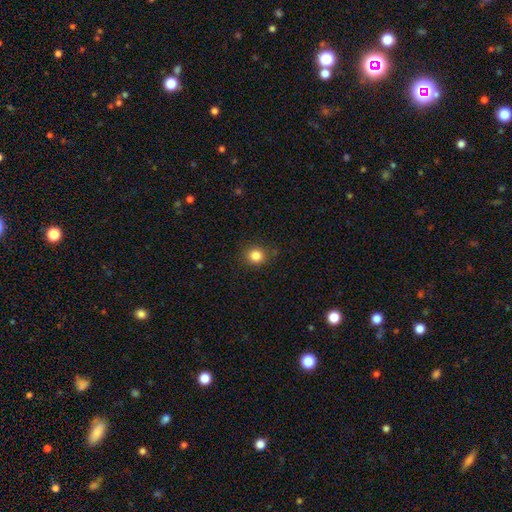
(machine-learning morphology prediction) A smooth galaxy with no disk features (83%) that is round (85%). Merging: none (86%).